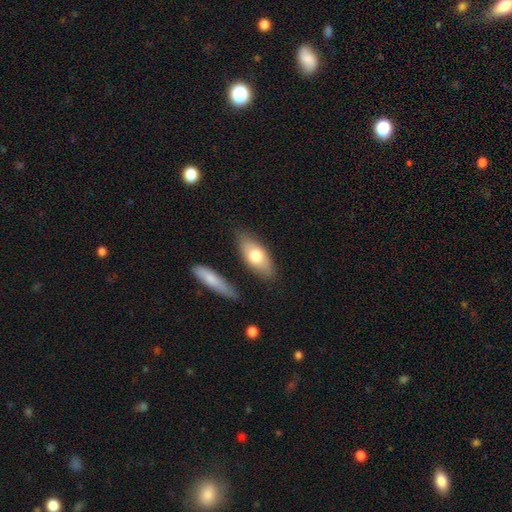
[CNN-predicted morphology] smooth 69%, featured or disk 25%, star or artifact 6%. Down the decision tree: how rounded — in between (77%); merging — none (80%).